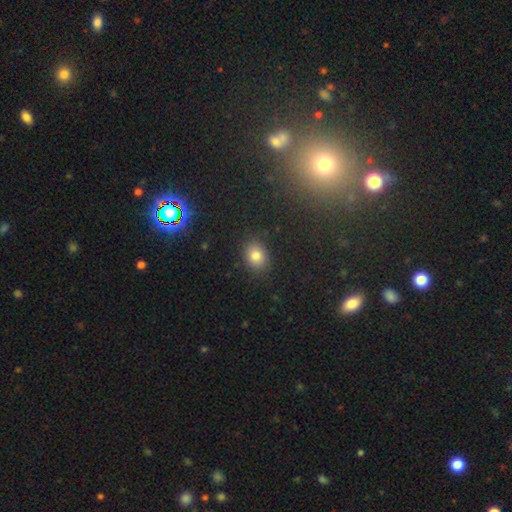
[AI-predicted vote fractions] Morphology: type=smooth (78%); roundness=in between (51%); merging=none (86%).